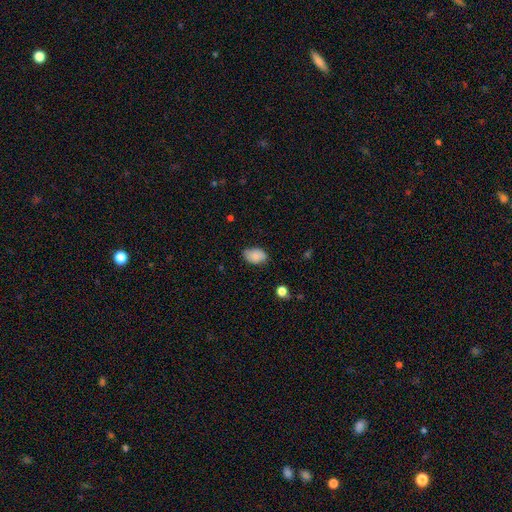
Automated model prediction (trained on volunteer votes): This is clearly a smooth galaxy (84%). How rounded: clearly in between (89%). Merging: likely none (74%).